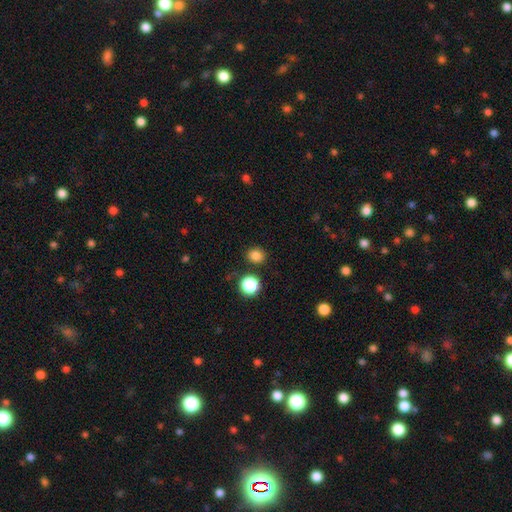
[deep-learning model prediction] Overall: smooth (82%). How rounded: round (81%). Merging: none (85%).